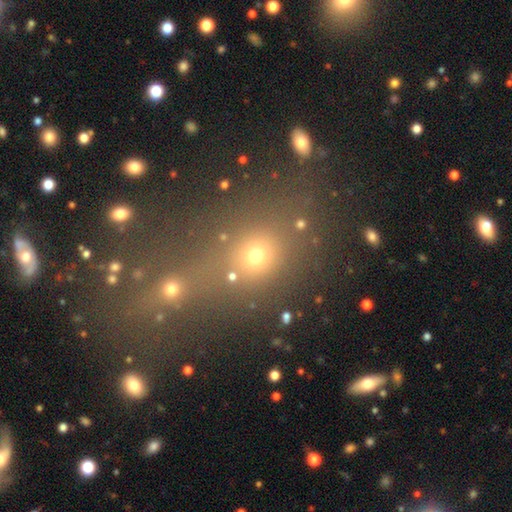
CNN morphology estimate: smooth-or-featured: smooth: 63% | star or artifact: 26% | featured or disk: 11%
  how-rounded: round: 62% | in between: 35% | cigar-shaped: 3%
  merging: none: 49% | merger: 33% | minor disturbance: 10% | major disturbance: 8%